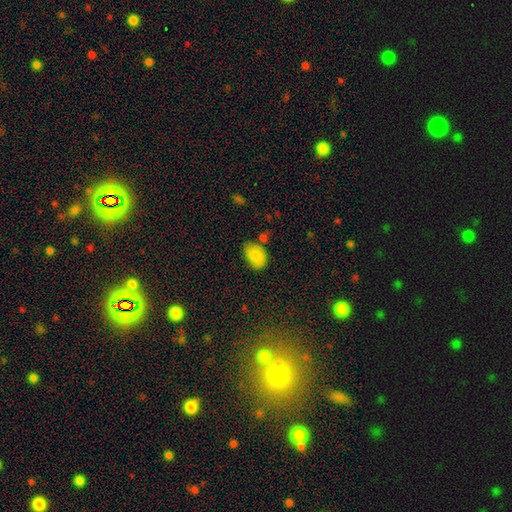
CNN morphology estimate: A smooth galaxy with no disk features (85%) that is in between round and cigar-shaped (83%). Merging: none (63%).